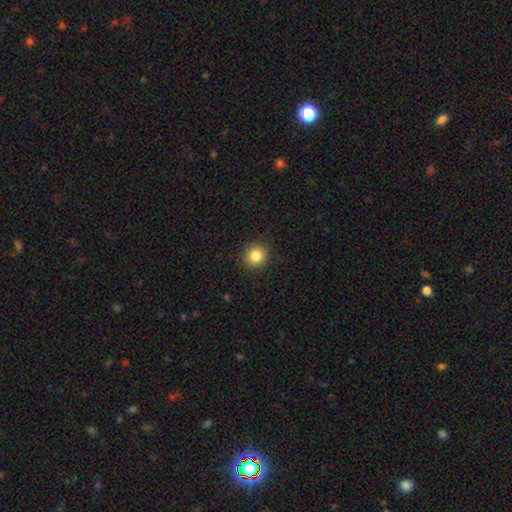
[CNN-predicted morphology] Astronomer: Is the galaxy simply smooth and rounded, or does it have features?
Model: smooth — 84%.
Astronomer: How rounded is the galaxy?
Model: round — 89%.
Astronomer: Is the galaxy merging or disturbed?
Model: none — 91%.